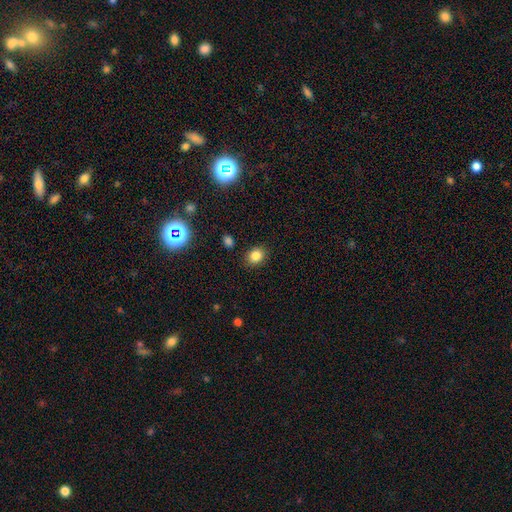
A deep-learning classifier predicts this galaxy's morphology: smooth_or_featured: smooth (p=0.82) [alt: star or artifact p=0.12]
how_rounded: round (p=0.54) [alt: in between p=0.45]
merging: none (p=0.86) [alt: minor disturbance p=0.10]